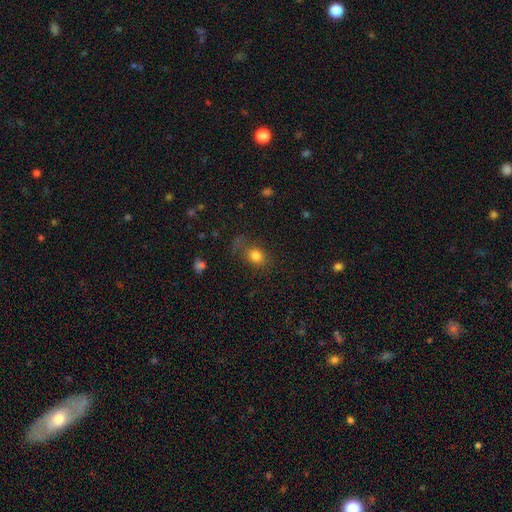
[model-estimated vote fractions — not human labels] This appears to be a smooth galaxy with no disk features (80%) that is round (56%). Merging: none (68%).